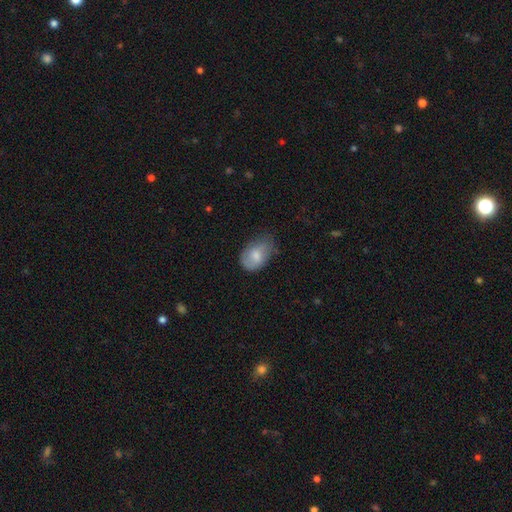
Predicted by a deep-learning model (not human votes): smooth 70%, featured or disk 23%, star or artifact 7%. Down the decision tree: how rounded — in between (84%); merging — none (44%).